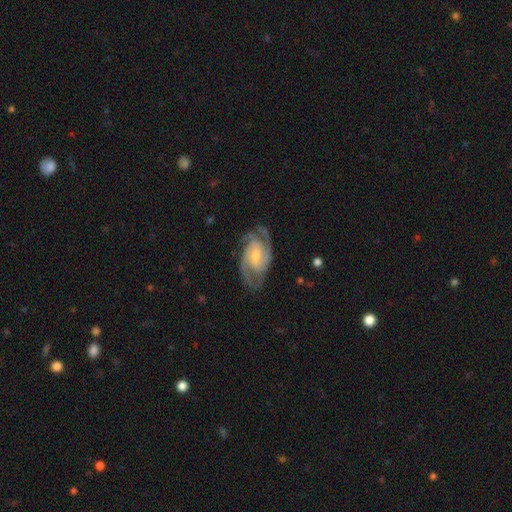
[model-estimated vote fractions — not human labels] This is clearly a featured or disk galaxy (89%). It is clearly not viewed edge-on (97%). Bar: possibly weak (47%). Spiral arm pattern: clearly yes (98%). Spiral arm count: possibly 2 (52%). Spiral winding: possibly medium (47%). Central bulge: possibly small (49%). Merging: likely none (76%).